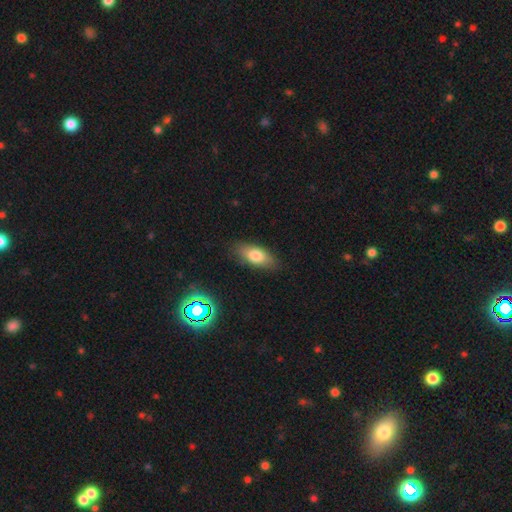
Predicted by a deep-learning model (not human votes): smooth_or_featured: smooth (p=0.77) [alt: featured or disk p=0.15]
how_rounded: in between (p=0.83) [alt: cigar-shaped p=0.13]
merging: none (p=0.83) [alt: minor disturbance p=0.13]